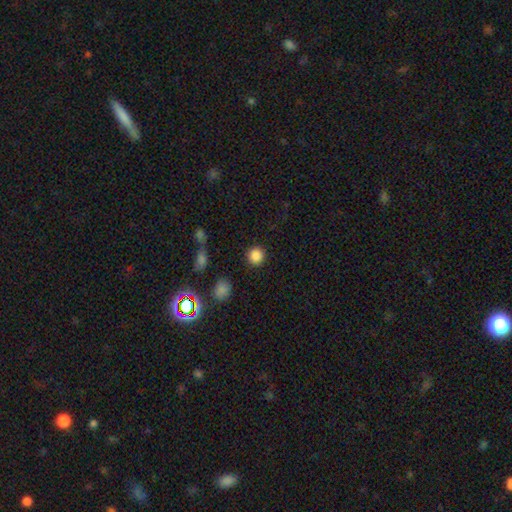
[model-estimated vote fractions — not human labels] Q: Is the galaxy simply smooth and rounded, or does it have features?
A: smooth — 86%.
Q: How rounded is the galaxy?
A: round — 93%.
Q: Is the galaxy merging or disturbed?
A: none — 90%.